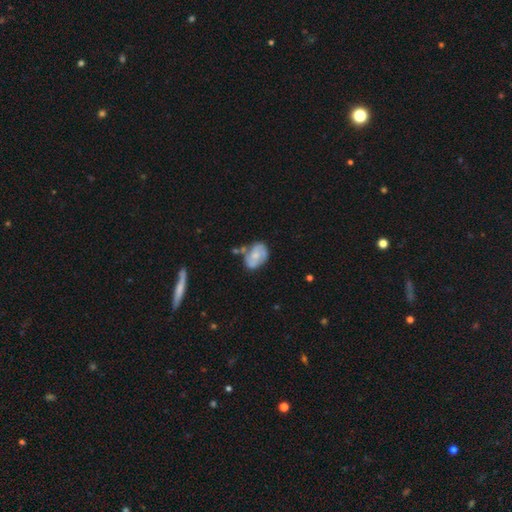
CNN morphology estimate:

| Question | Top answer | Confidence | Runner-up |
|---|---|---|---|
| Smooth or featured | featured or disk | 52% | smooth (41%) |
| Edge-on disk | no | 96% | yes (4%) |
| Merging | none | 54% | minor disturbance (25%) |